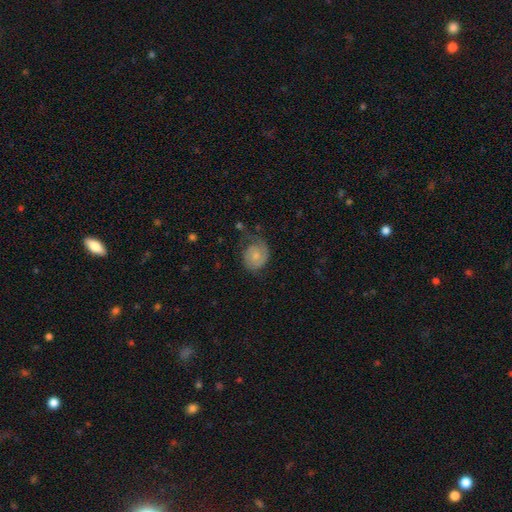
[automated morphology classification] A featured or disk galaxy (61%) with no bar (69%), 2 (43%) tight (51%) spiral arms (89%) and a small central bulge (45%).

Vote fractions:
- Smooth or featured? featured or disk: 61% / smooth: 31% / star or artifact: 7%
- Edge-on disk? no: 97% / yes: 3%
- Bar? no: 69% / weak: 28% / strong: 4%
- Spiral arms? yes: 89% / no: 11%
- Spiral winding? tight: 51% / medium: 33% / loose: 15%
- Spiral arm count? 2: 43% / 1: 38% / can't tell: 13% / 3: 3% / 4: 1% / more than 4: 1%
- Bulge size? small: 45% / moderate: 44% / none: 6% / large: 4% / dominant: 1%
- Merging? none: 52% / minor disturbance: 26% / major disturbance: 20% / merger: 2%